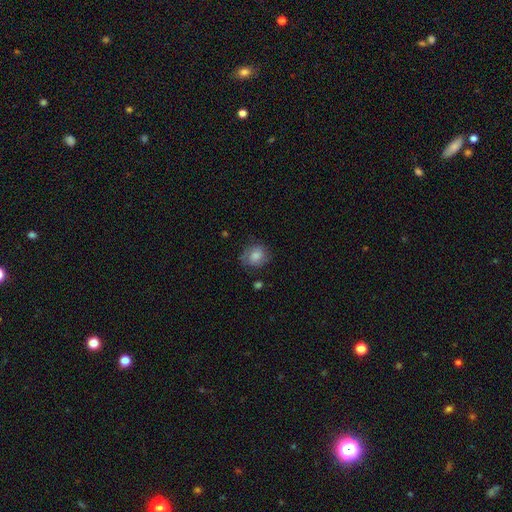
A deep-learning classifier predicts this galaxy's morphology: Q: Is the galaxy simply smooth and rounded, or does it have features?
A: smooth — 77%.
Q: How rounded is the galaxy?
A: round — 68%.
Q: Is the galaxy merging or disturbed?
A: none — 69%.